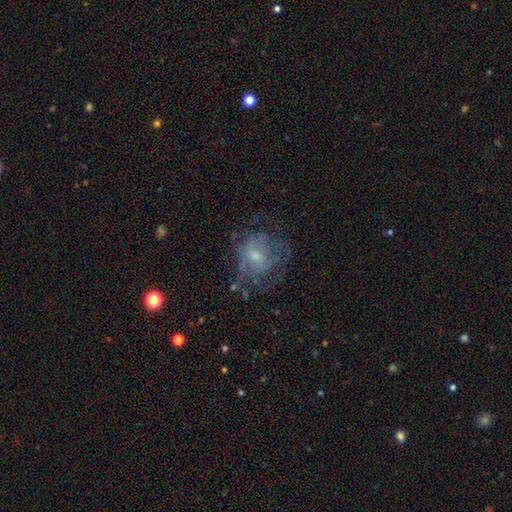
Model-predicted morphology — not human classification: featured or disk 48%, smooth 40%, star or artifact 12%. Down the decision tree: merging — none (47%).